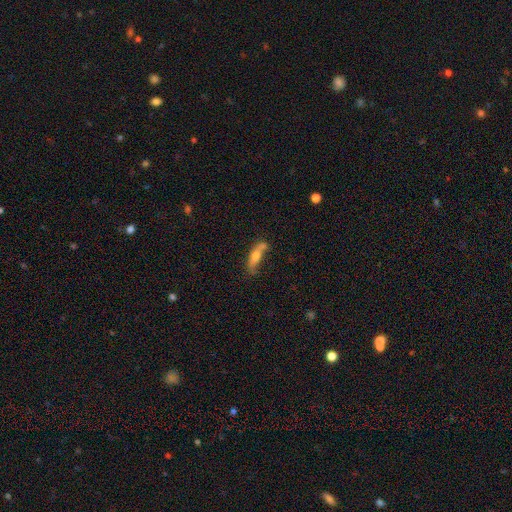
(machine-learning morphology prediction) Smooth or featured? smooth (57%)
How rounded? cigar-shaped (58%)
Merging? none (45%)